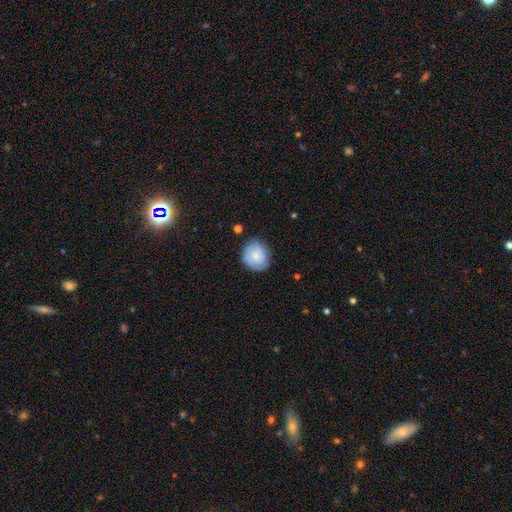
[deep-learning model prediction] Overall: smooth (69%). How rounded: round (73%). Merging: none (73%).